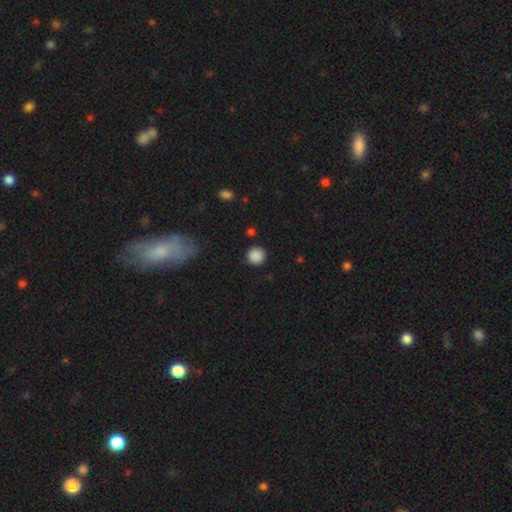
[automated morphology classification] This appears to be a smooth galaxy with no disk features (87%) that is round (94%). Merging: none (87%).